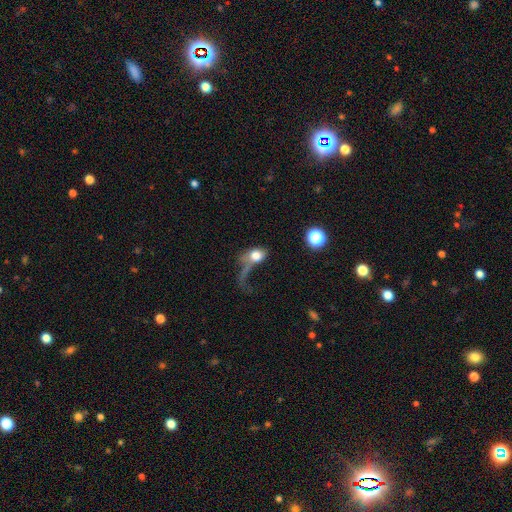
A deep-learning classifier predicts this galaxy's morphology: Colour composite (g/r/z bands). It shows a smooth galaxy with no disk features (67%) that is in between round and cigar-shaped (55%). Merging: major disturbance (58%).